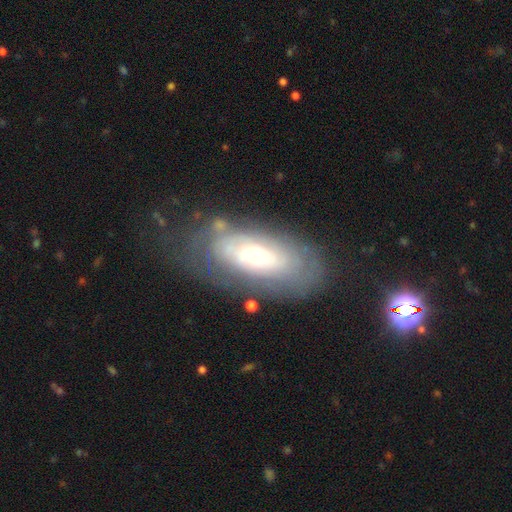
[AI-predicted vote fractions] The model was most divided on "bulge size" (2-way tie): small: 45%, moderate: 45%, large: 7%, dominant: 2%, none: 1%. More confident: edge-on disk — no (88%); bar — no (78%); merging — none (66%); smooth or featured — featured or disk (62%); spiral arms — yes (60%).